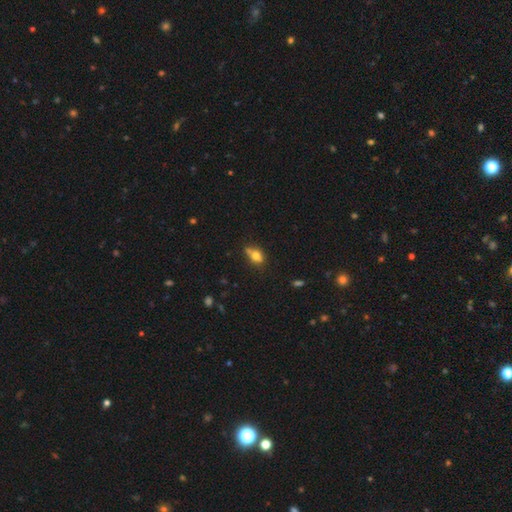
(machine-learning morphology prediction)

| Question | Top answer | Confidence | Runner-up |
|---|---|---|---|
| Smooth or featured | smooth | 69% | featured or disk (19%) |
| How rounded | in between | 62% | round (33%) |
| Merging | none | 43% | merger (27%) |